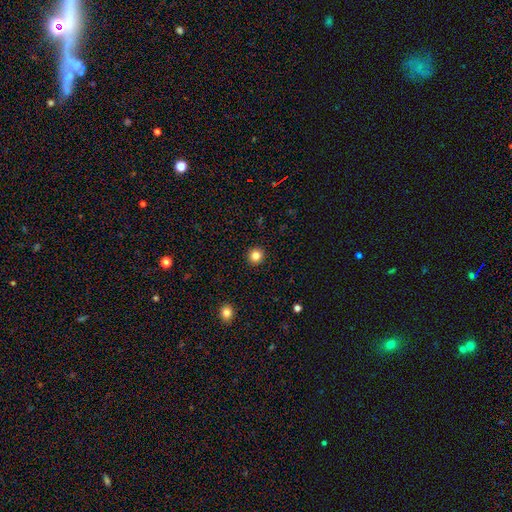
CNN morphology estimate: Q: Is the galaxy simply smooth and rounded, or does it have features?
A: smooth — 84%.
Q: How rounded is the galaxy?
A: round — 94%.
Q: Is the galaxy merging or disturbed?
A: none — 94%.